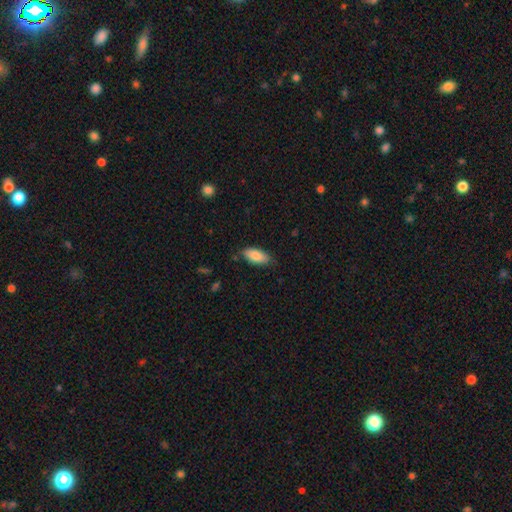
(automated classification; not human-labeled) Overall: smooth (86%). How rounded: in between (88%). Merging: none (79%).